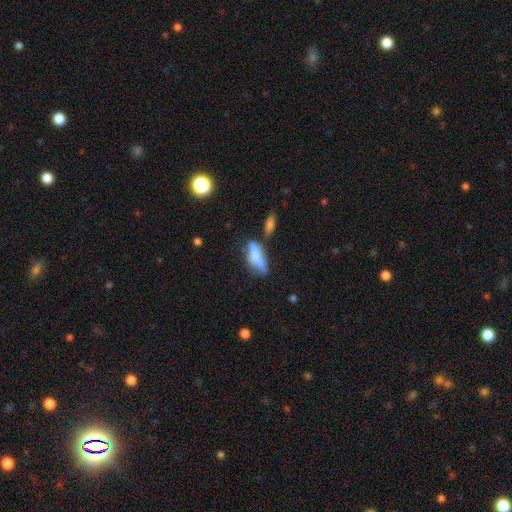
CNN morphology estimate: A smooth galaxy with no disk features (64%) that is in between round and cigar-shaped (59%). Merging: none (45%).